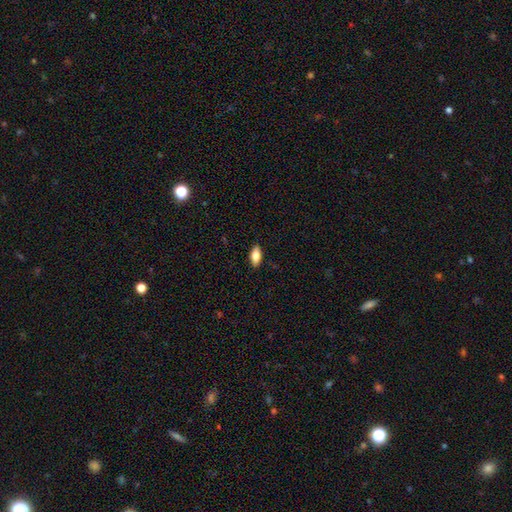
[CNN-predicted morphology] A smooth galaxy with no disk features (76%) that is in between round and cigar-shaped (85%).

Vote fractions:
- Smooth or featured? smooth: 76% / featured or disk: 18% / star or artifact: 7%
- How rounded? in between: 85% / cigar-shaped: 12% / round: 3%
- Merging? none: 89% / minor disturbance: 8% / major disturbance: 2% / merger: 1%